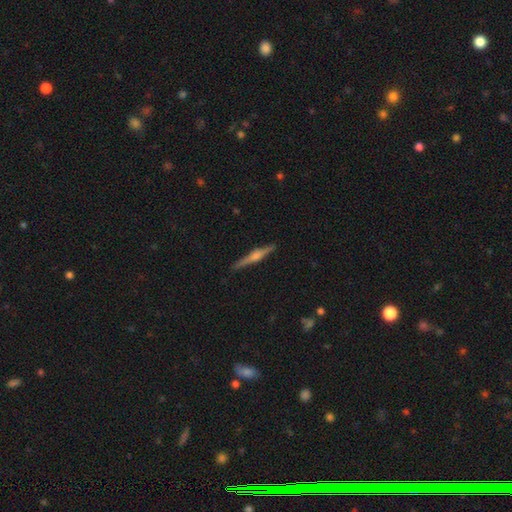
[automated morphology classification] smooth_or_featured: featured or disk (p=0.75) [alt: smooth p=0.19]
disk_edge_on: yes (p=0.98) [alt: no p=0.02]
edge_on_bulge: rounded (p=0.81) [alt: boxy p=0.11]
merging: none (p=0.91) [alt: minor disturbance p=0.06]